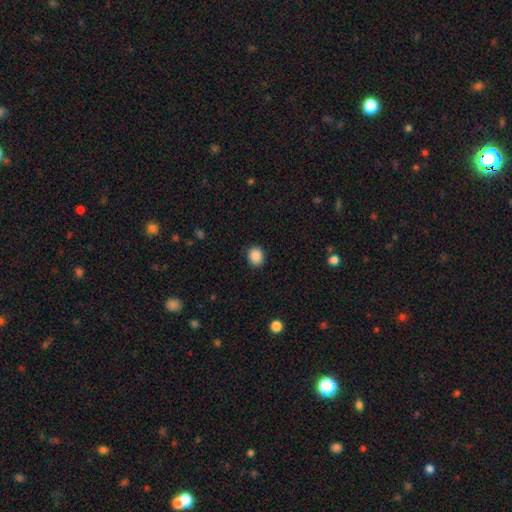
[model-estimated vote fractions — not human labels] This is clearly a smooth galaxy (89%). How rounded: likely round (69%). Merging: clearly none (88%).